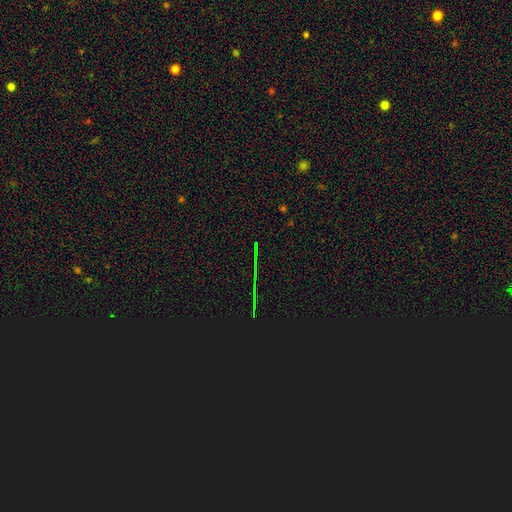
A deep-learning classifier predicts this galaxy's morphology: Smooth or featured? star or artifact (79%)